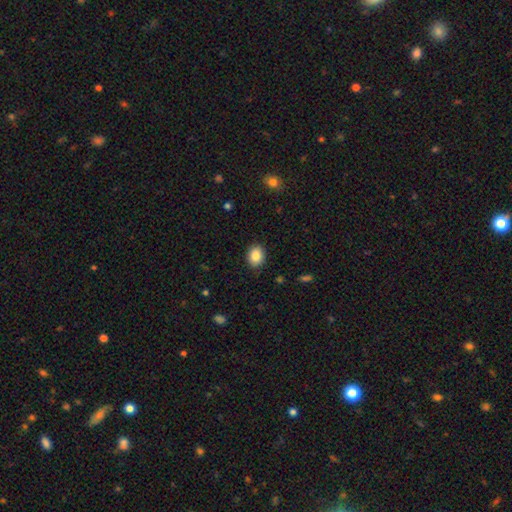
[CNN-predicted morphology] A smooth galaxy with no disk features (85%) that is in between round and cigar-shaped (57%). Merging: none (89%).